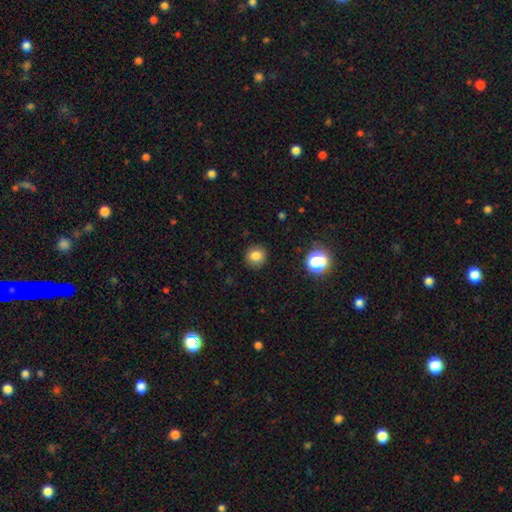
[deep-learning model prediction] A smooth galaxy with no disk features (82%) that is round (91%).

Vote fractions:
- Smooth or featured? smooth: 82% / star or artifact: 12% / featured or disk: 6%
- How rounded? round: 91% / in between: 8% / cigar-shaped: 1%
- Merging? none: 89% / minor disturbance: 7% / major disturbance: 2% / merger: 1%